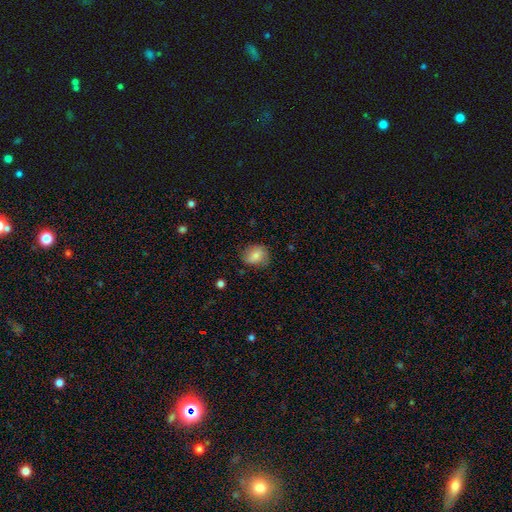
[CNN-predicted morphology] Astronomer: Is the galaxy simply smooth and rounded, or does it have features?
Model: smooth — 79%.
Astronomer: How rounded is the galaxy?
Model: round — 59% (runner-up: in between, 40%).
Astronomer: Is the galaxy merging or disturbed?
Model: none — 69%.